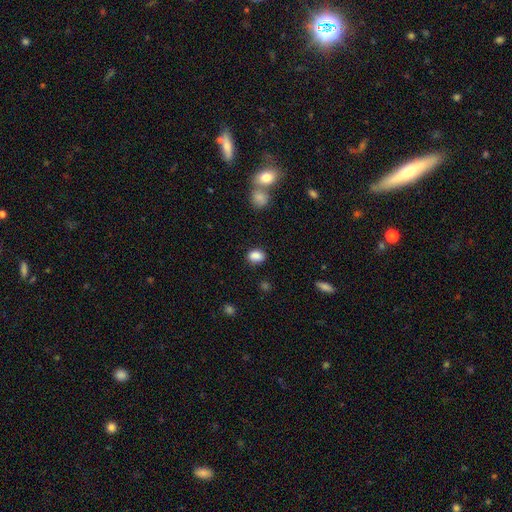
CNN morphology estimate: Overall: smooth (87%). How rounded: in between (72%). Merging: none (81%).